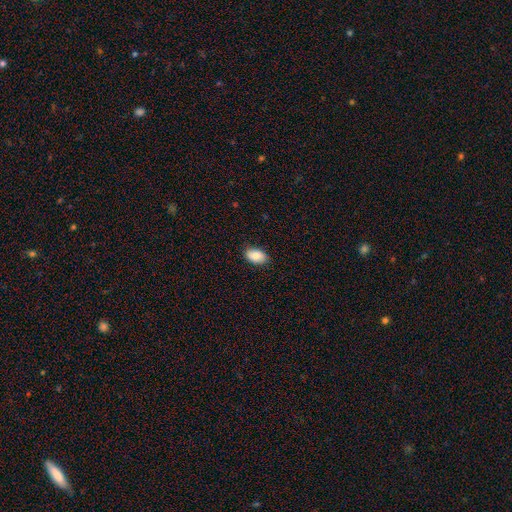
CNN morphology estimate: smooth_or_featured: smooth (p=0.85) [alt: featured or disk p=0.08]
how_rounded: in between (p=0.92) [alt: round p=0.07]
merging: none (p=0.86) [alt: minor disturbance p=0.11]